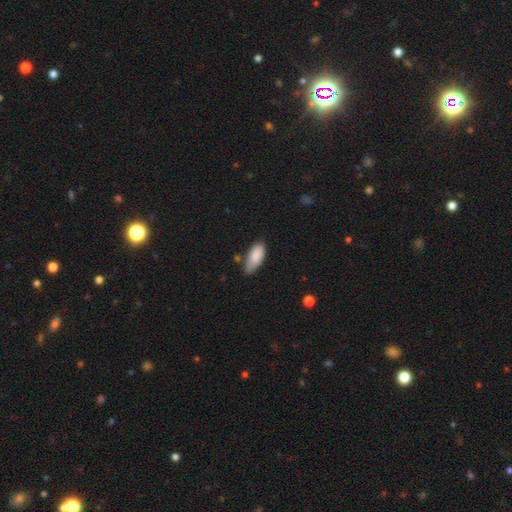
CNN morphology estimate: Smooth or featured? smooth (86%)
How rounded? in between (84%)
Merging? none (64%)